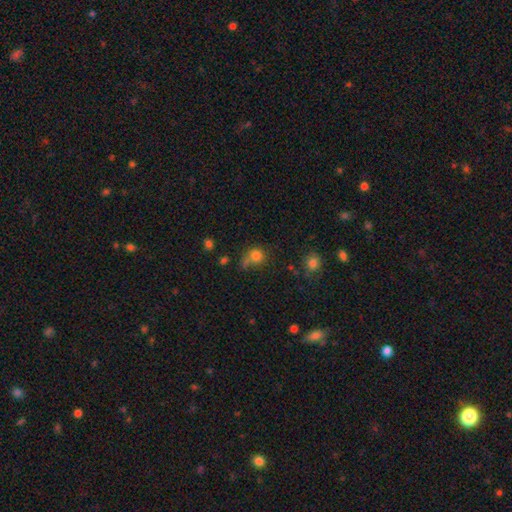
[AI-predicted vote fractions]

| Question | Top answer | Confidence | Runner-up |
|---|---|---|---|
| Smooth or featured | smooth | 78% | star or artifact (14%) |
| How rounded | round | 81% | in between (17%) |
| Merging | none | 50% | minor disturbance (20%) |